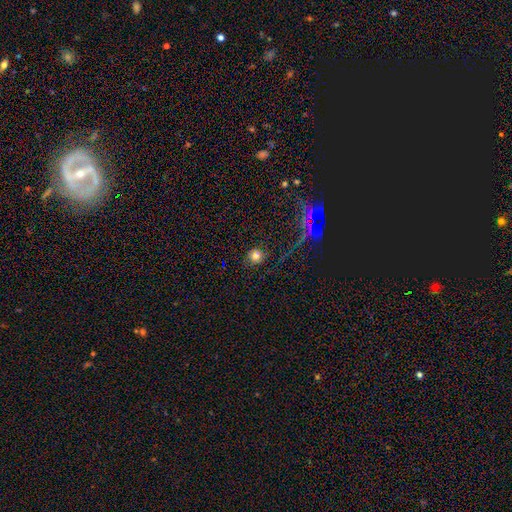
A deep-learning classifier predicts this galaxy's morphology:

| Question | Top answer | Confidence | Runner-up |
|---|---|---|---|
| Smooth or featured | smooth | 73% | star or artifact (18%) |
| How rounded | round | 87% | in between (12%) |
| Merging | none | 82% | minor disturbance (11%) |